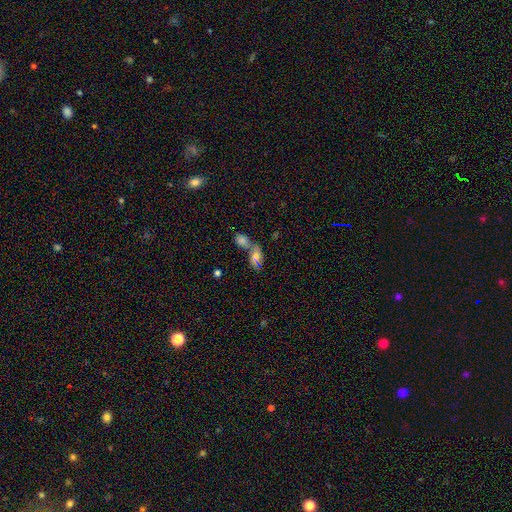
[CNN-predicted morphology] Smooth or featured: smooth — 53% (featured or disk — 28%)
How rounded: in between — 74% (round — 16%)
Merging: merger — 56% (none — 30%)